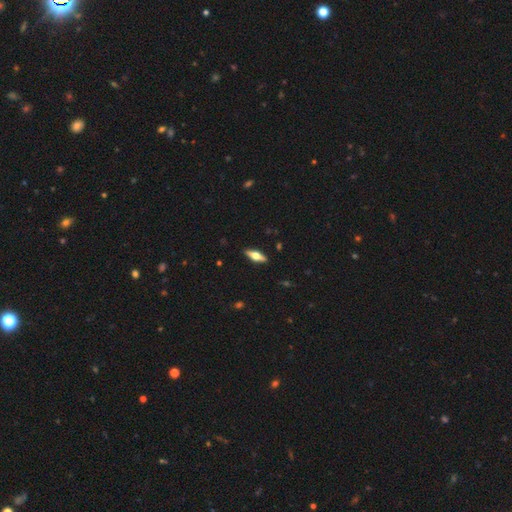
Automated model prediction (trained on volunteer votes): Morphology: type=featured or disk (54%); edge-on=yes (93%); edge-on bulge=rounded (94%); merging=none (89%).